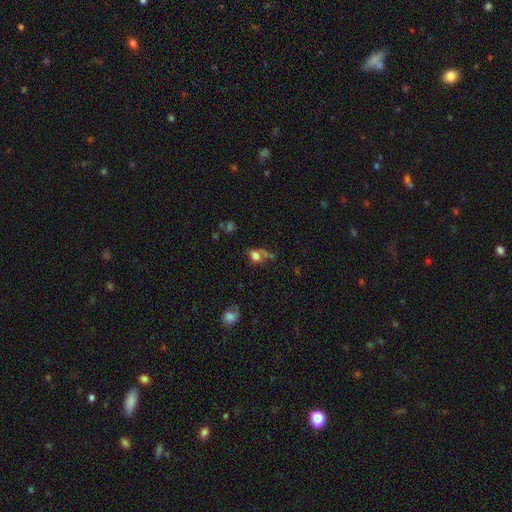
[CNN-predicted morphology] Smooth or featured? Predicted: smooth (p=0.73). How rounded? Predicted: in between (p=0.57). Merging? Predicted: none (p=0.43).